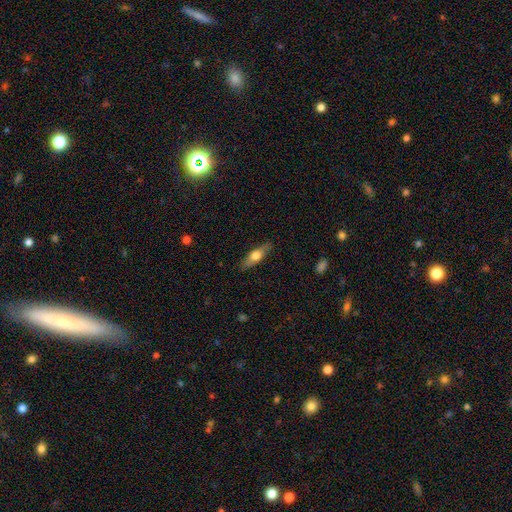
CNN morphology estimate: Smooth or featured? Predicted: smooth (p=0.53). How rounded? Predicted: cigar-shaped (p=0.53). Merging? Predicted: none (p=0.86).